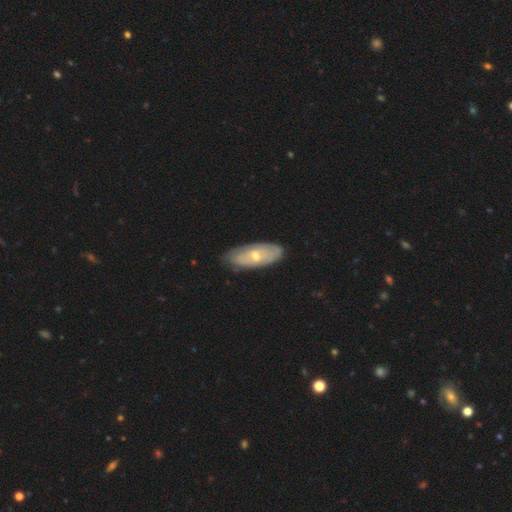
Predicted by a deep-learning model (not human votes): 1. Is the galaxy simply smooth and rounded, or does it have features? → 54% featured or disk, 40% smooth, 6% star or artifact.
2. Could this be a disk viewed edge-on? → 80% no, 20% yes.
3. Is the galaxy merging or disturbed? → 79% none, 16% minor disturbance, 3% major disturbance, 1% merger.